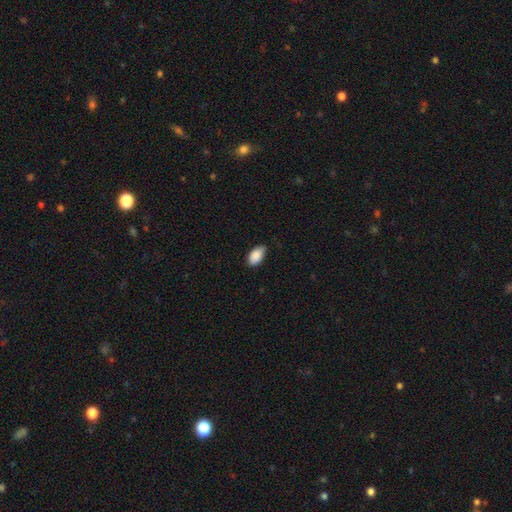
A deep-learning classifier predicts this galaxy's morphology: smooth-or-featured: smooth: 89% | star or artifact: 7% | featured or disk: 4%
  how-rounded: in between: 94% | round: 4% | cigar-shaped: 2%
  merging: none: 66% | minor disturbance: 29% | major disturbance: 4% | merger: 1%